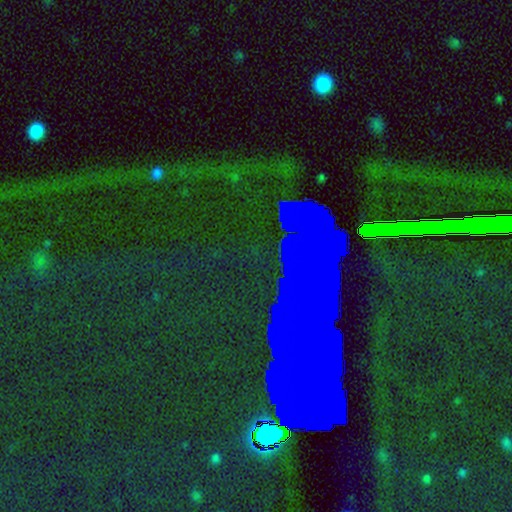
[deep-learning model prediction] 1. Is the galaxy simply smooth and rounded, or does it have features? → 80% star or artifact, 10% featured or disk, 9% smooth.